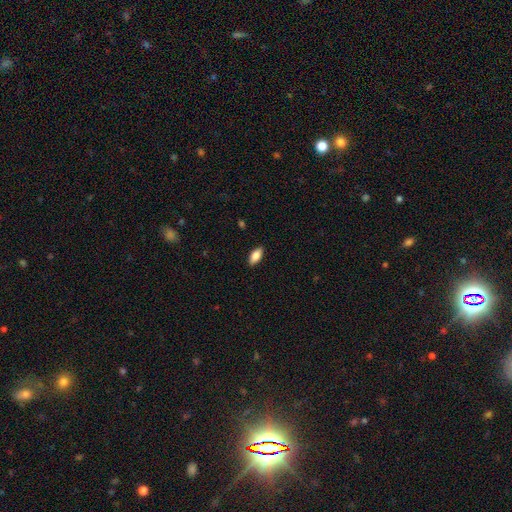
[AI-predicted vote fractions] A smooth galaxy with no disk features (83%) that is in between round and cigar-shaped (88%). Merging: none (89%).